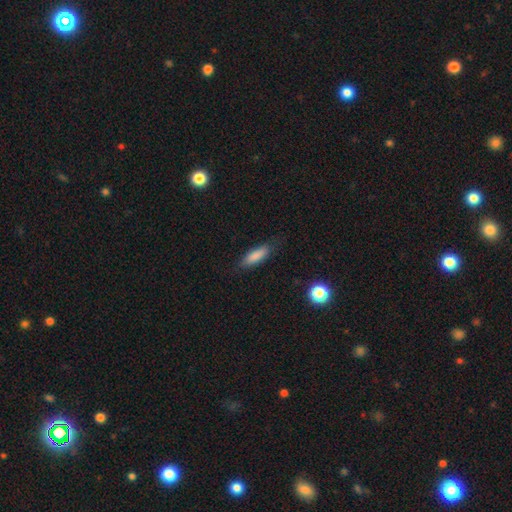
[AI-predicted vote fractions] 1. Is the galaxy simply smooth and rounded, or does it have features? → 84% smooth, 9% featured or disk, 7% star or artifact.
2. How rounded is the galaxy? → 51% in between, 47% cigar-shaped, 2% round.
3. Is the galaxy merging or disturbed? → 78% none, 17% minor disturbance, 4% major disturbance, 1% merger.